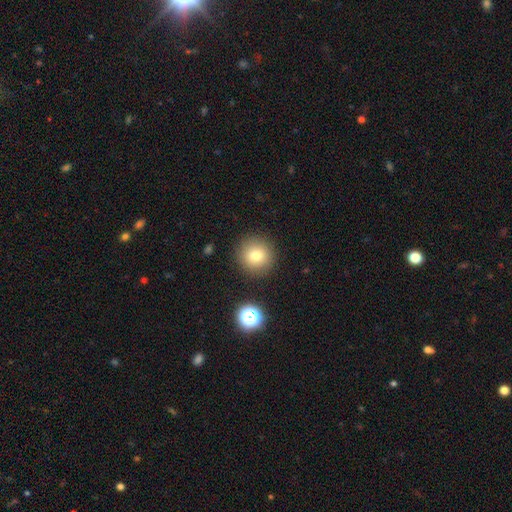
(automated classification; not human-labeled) Smooth or featured? Predicted: smooth (p=0.78). How rounded? Predicted: round (p=0.94). Merging? Predicted: none (p=0.88).